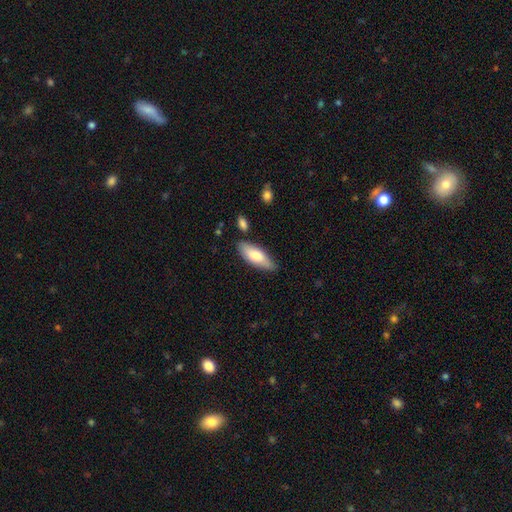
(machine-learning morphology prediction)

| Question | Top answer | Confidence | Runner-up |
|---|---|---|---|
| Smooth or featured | smooth | 73% | featured or disk (21%) |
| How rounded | in between | 71% | cigar-shaped (27%) |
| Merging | none | 79% | minor disturbance (15%) |